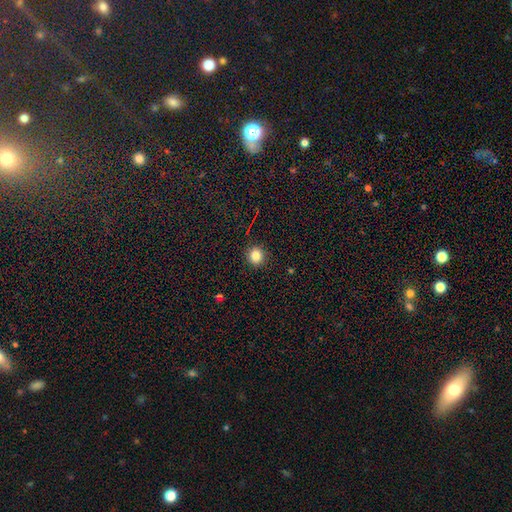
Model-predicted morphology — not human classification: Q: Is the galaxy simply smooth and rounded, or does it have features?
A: smooth — 83%.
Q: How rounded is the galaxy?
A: round — 89%.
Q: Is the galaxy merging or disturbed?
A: none — 91%.